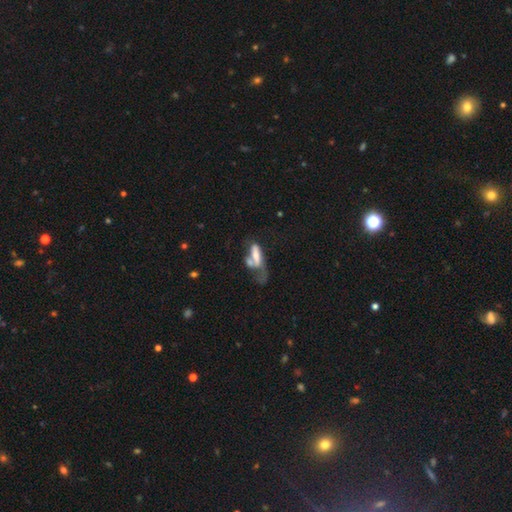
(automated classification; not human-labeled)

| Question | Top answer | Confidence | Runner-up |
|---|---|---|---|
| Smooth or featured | smooth | 53% | featured or disk (37%) |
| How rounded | in between | 59% | cigar-shaped (38%) |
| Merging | major disturbance | 35% | merger (33%) |